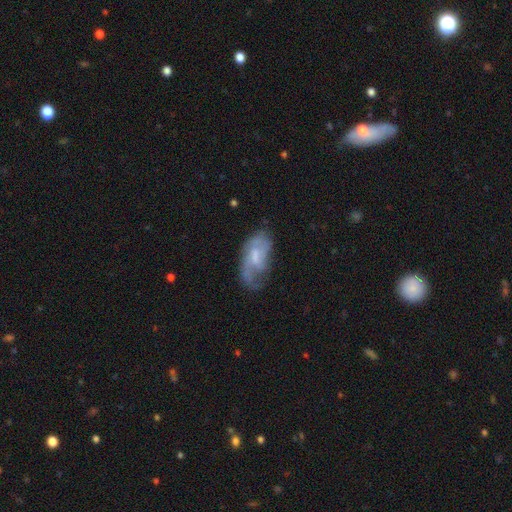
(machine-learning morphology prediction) Smooth or featured? Predicted: featured or disk (p=0.65). Edge-on disk? Predicted: no (p=0.94). Bar? Predicted: weak (p=0.51). Spiral arms? Predicted: yes (p=0.81). Bulge size? Predicted: small (p=0.39). Merging? Predicted: none (p=0.50).